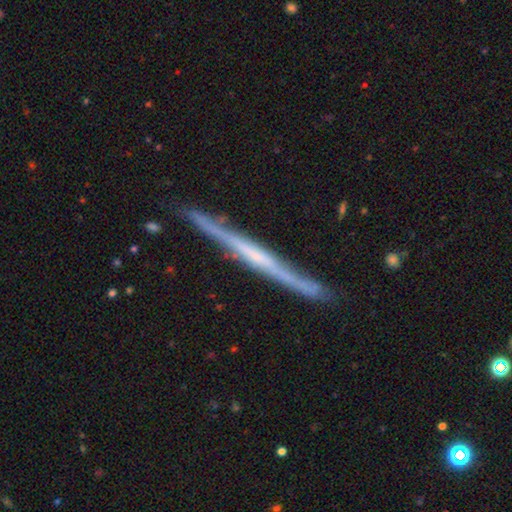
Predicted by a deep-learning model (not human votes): The model was most divided on "edge-on bulge": none: 64%, rounded: 22%, boxy: 14%. More confident: edge-on disk — yes (97%); merging — none (85%); smooth or featured — featured or disk (77%).